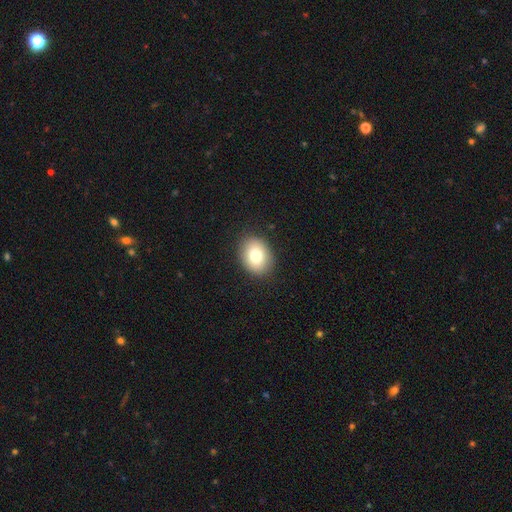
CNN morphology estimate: smooth-or-featured: smooth: 78% | featured or disk: 12% | star or artifact: 9%
  how-rounded: in between: 58% | round: 41% | cigar-shaped: 1%
  merging: none: 88% | minor disturbance: 8% | major disturbance: 3% | merger: 1%